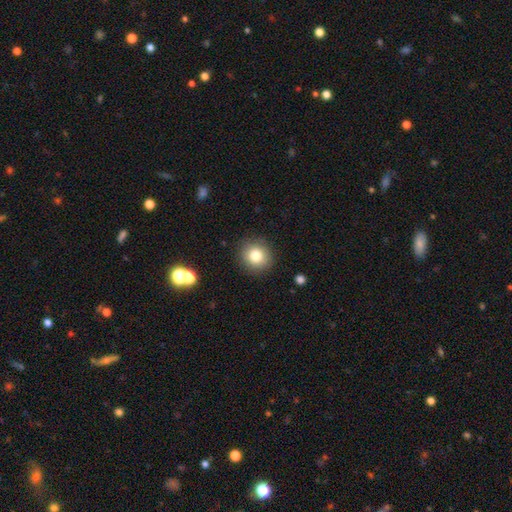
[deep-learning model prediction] The model was most divided on "smooth or featured": smooth: 80%, star or artifact: 11%, featured or disk: 9%. More confident: how rounded — round (90%); merging — none (90%).